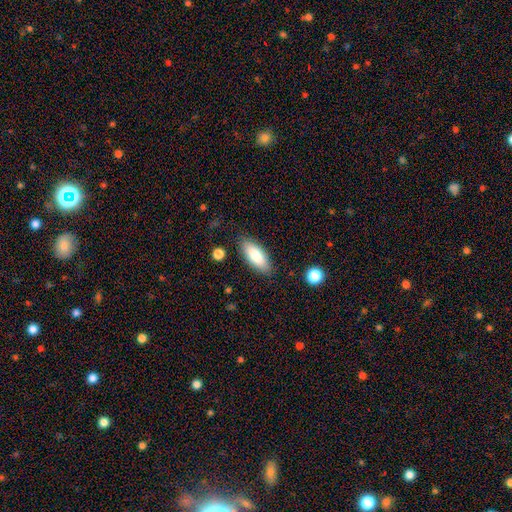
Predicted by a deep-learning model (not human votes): Smooth or featured? smooth (83%)
How rounded? in between (78%)
Merging? none (84%)